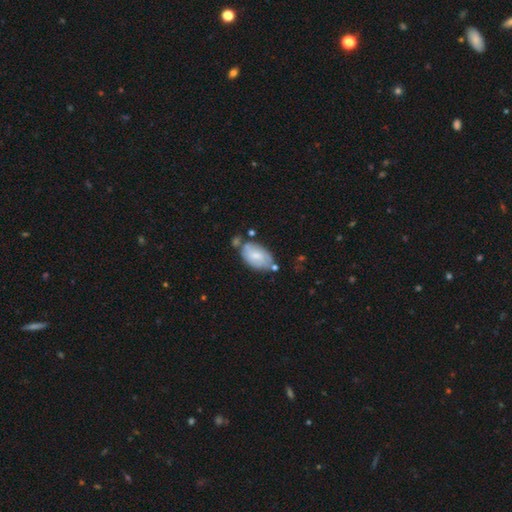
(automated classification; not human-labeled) Q: Smooth or featured?
A: smooth (59%); runner-up: featured or disk (34%)
Q: How rounded?
A: in between (93%); runner-up: round (5%)
Q: Merging?
A: none (54%); runner-up: minor disturbance (25%)